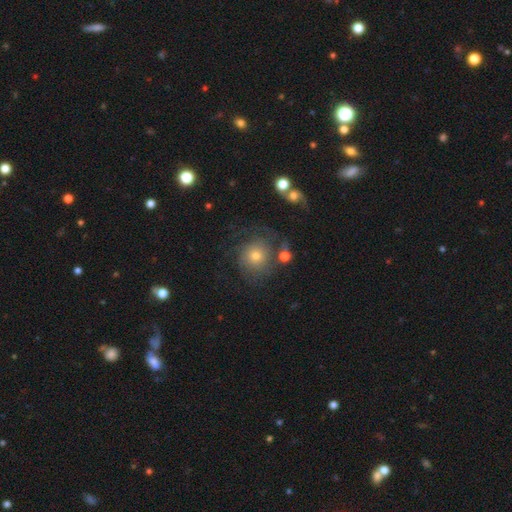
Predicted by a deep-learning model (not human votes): featured or disk 49%, smooth 38%, star or artifact 14%. Down the decision tree: merging — none (63%).